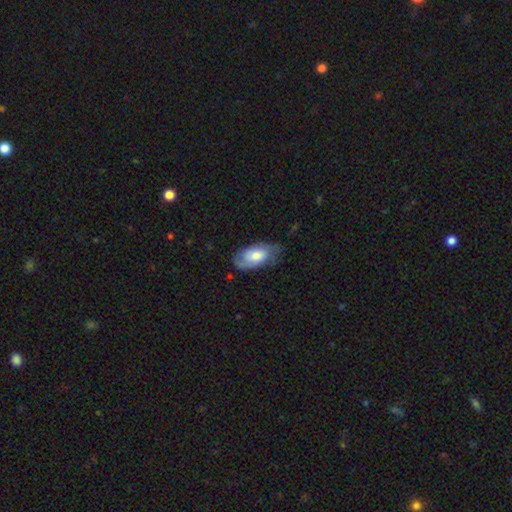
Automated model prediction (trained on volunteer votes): Smooth or featured? featured or disk (48%)
Merging? none (59%)